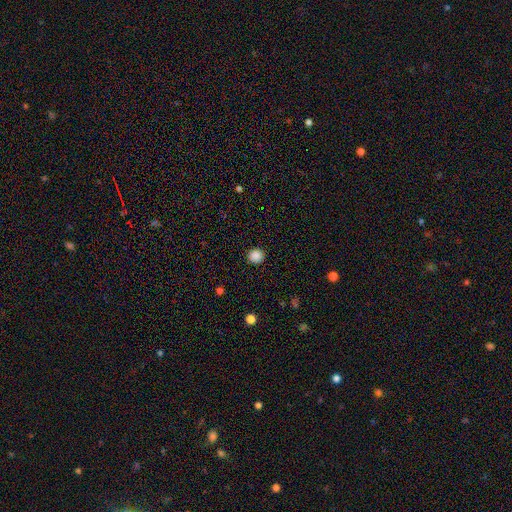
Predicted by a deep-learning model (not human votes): The model was most divided on "smooth or featured": smooth: 87%, star or artifact: 10%, featured or disk: 3%. More confident: merging — none (92%); how rounded — round (92%).